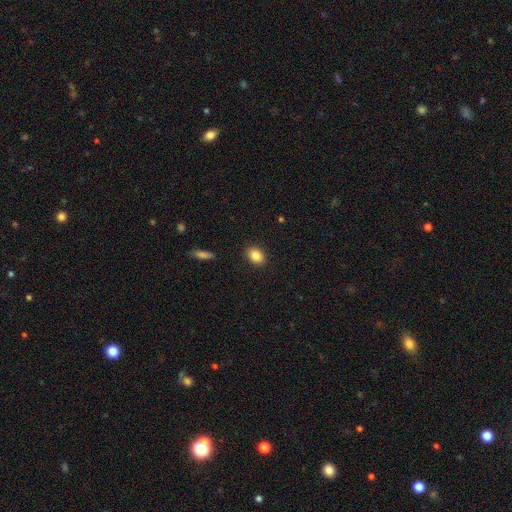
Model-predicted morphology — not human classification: A smooth galaxy with no disk features (85%) that is in between round and cigar-shaped (69%).

Vote fractions:
- Smooth or featured? smooth: 85% / star or artifact: 9% / featured or disk: 6%
- How rounded? in between: 69% / round: 30% / cigar-shaped: 1%
- Merging? none: 89% / minor disturbance: 8% / major disturbance: 2% / merger: 1%